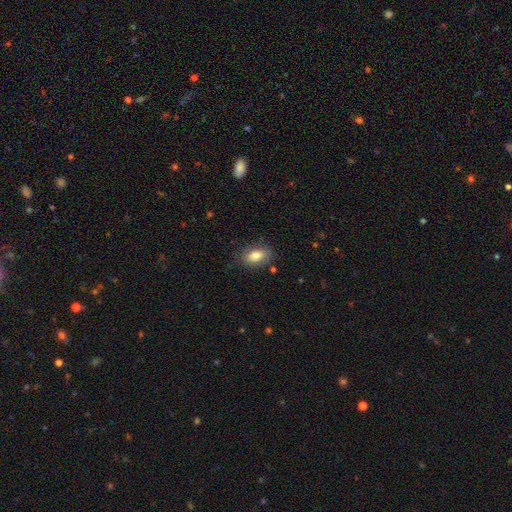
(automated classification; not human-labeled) Morphology: type=smooth (77%); roundness=in between (88%); merging=none (79%).